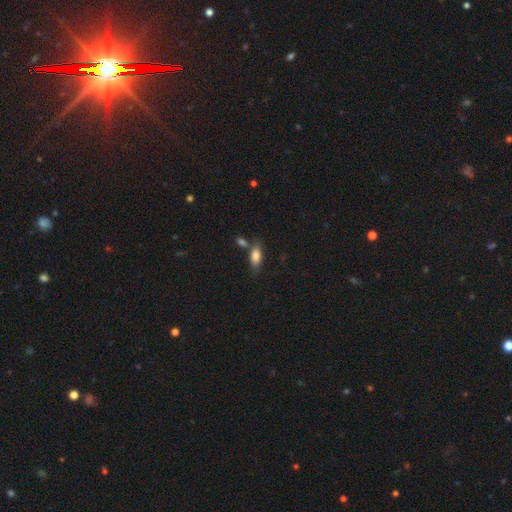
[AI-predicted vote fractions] The model was most divided on "merging": none: 63%, merger: 17%, minor disturbance: 15%, major disturbance: 4%. More confident: how rounded — in between (81%); smooth or featured — smooth (80%).